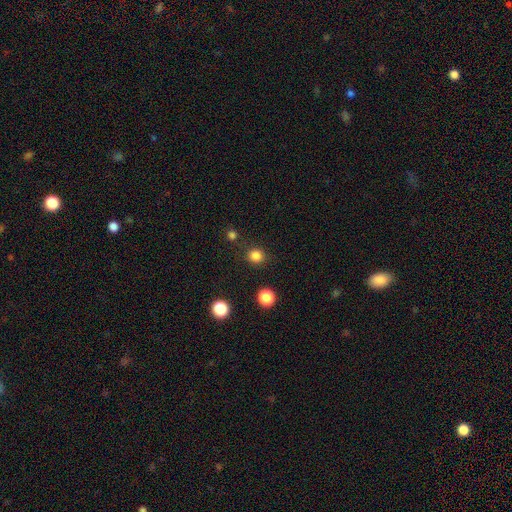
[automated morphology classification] Smooth or featured? Predicted: smooth (p=0.83). How rounded? Predicted: round (p=0.88). Merging? Predicted: none (p=0.86).